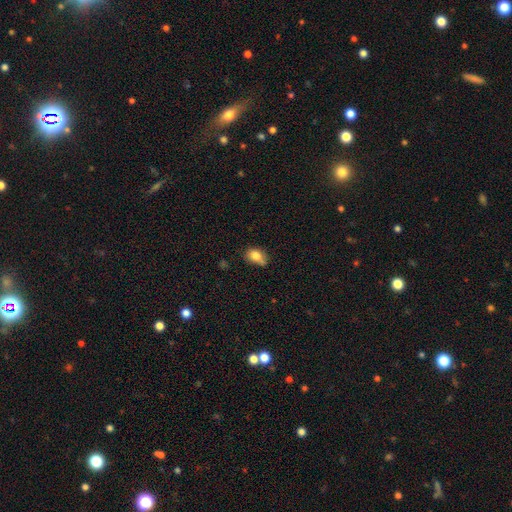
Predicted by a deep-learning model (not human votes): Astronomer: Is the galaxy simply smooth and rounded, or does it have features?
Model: smooth — 79%.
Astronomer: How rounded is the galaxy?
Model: in between — 71%.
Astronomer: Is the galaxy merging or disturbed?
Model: none — 43% (runner-up: minor disturbance, 37%).